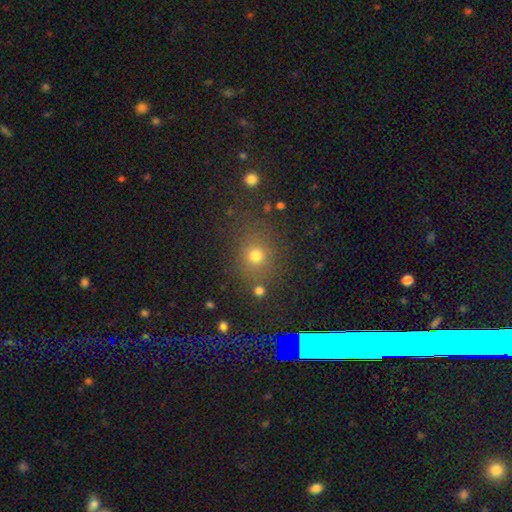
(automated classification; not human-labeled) The model was most divided on "smooth or featured": smooth: 71%, star or artifact: 20%, featured or disk: 9%. More confident: merging — none (78%); how rounded — round (77%).